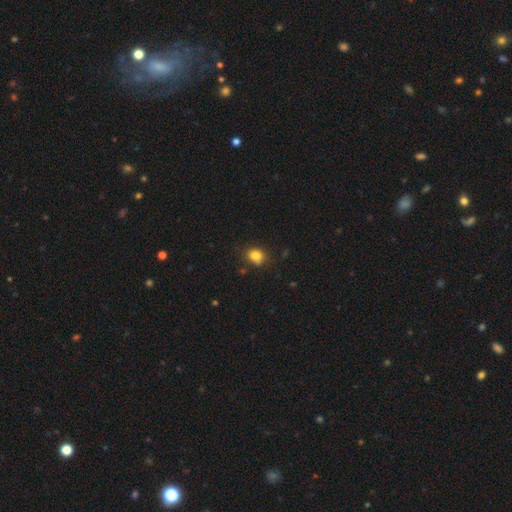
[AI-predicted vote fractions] A smooth galaxy with no disk features (83%) that is round (57%). Merging: none (76%).